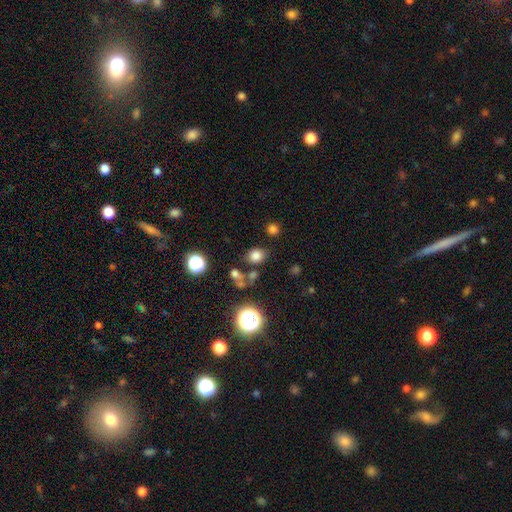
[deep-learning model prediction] Morphology: type=smooth (77%); roundness=round (55%); merging=none (73%).